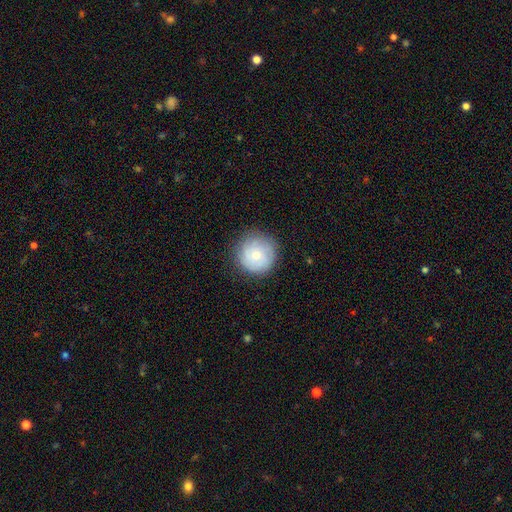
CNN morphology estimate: Smooth or featured? Predicted: smooth (p=0.64). How rounded? Predicted: round (p=0.96). Merging? Predicted: none (p=0.84).